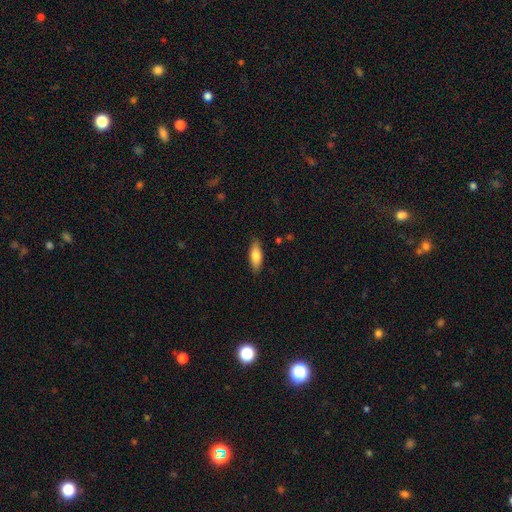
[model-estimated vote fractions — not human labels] Morphology: type=smooth (75%); roundness=in between (68%); merging=none (87%).